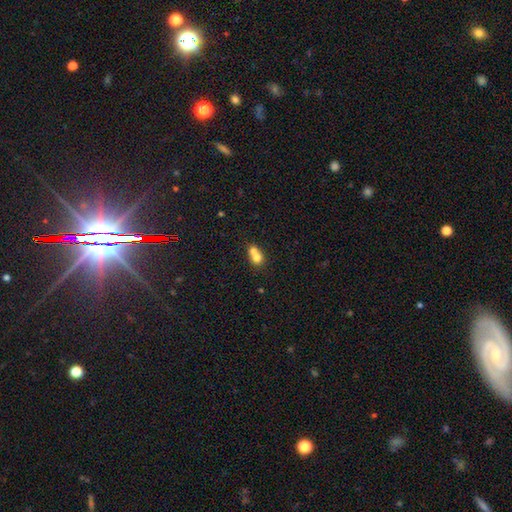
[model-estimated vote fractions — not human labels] smooth 72%, featured or disk 18%, star or artifact 10%. Down the decision tree: how rounded — round (66%); merging — merger (69%).